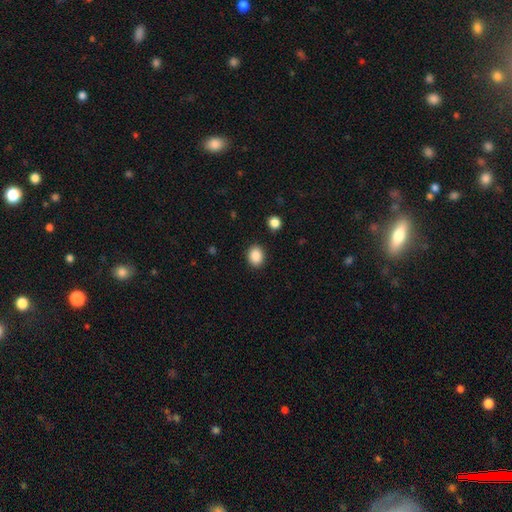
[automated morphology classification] Overall: smooth (88%). How rounded: in between (51%; round 48%). Merging: none (89%).